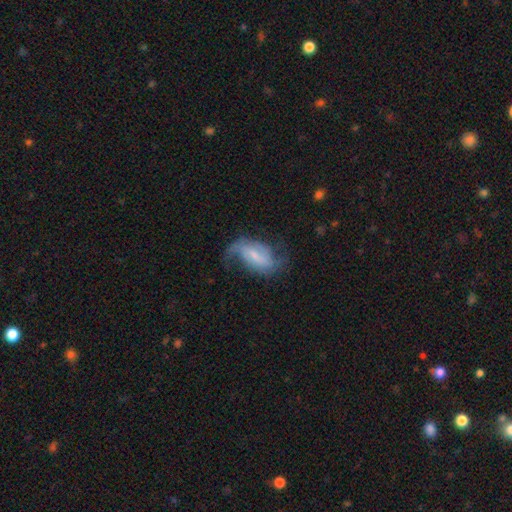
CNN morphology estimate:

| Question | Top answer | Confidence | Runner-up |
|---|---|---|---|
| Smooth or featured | featured or disk | 67% | smooth (25%) |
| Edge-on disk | no | 95% | yes (5%) |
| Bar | weak | 46% | no (28%) |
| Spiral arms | yes | 88% | no (12%) |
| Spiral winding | loose | 58% | medium (31%) |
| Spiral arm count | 2 | 67% | 1 (18%) |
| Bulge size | small | 55% | moderate (26%) |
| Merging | none | 45% | major disturbance (27%) |